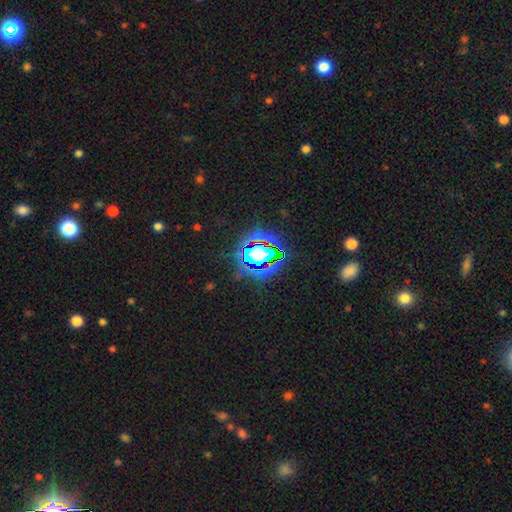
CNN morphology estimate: A star or artifact, not a galaxy (72%).